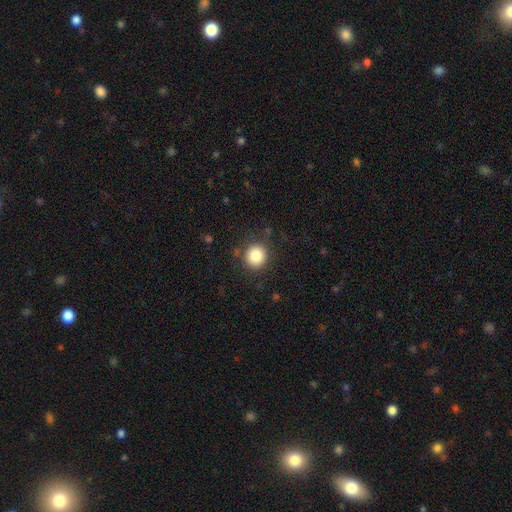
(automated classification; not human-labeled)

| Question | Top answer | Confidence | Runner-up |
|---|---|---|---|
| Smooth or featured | smooth | 85% | star or artifact (10%) |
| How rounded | round | 91% | in between (8%) |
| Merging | none | 86% | minor disturbance (9%) |